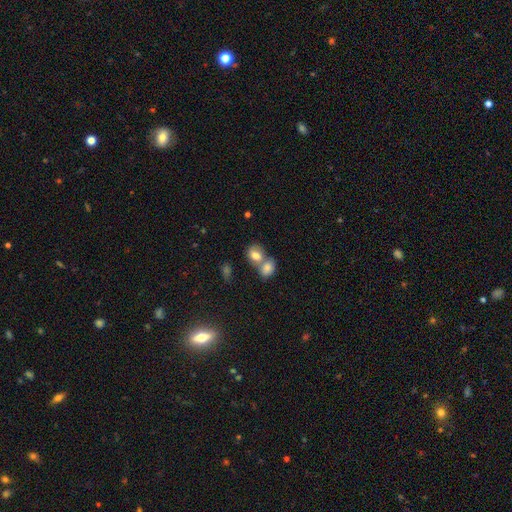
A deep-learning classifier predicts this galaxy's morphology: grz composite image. It shows a smooth galaxy with no disk features (75%) that is in between round and cigar-shaped (62%). Merging: merger (62%).